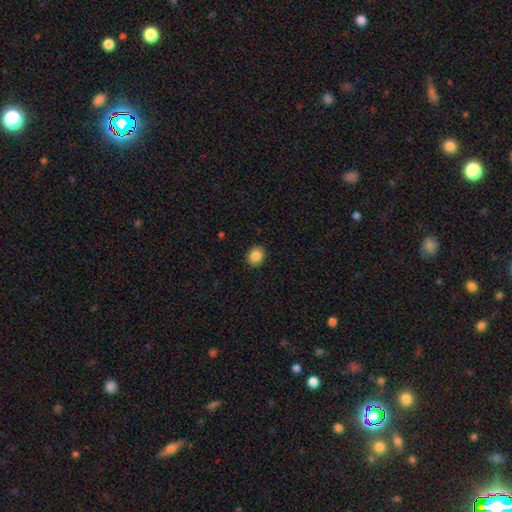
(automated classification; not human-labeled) Smooth or featured? smooth (87%)
How rounded? round (66%)
Merging? none (90%)